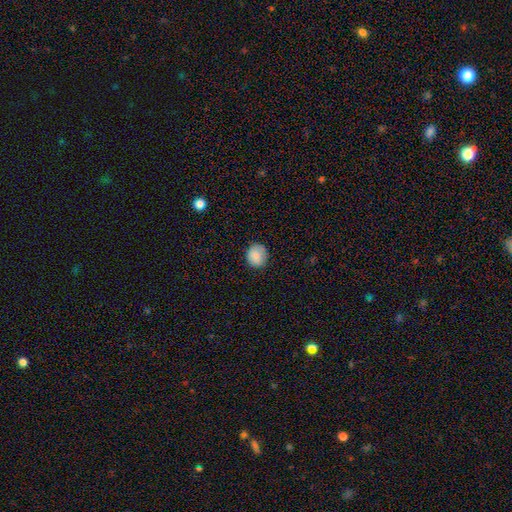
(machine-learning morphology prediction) A smooth galaxy with no disk features (85%) that is round (79%). Merging: none (82%).